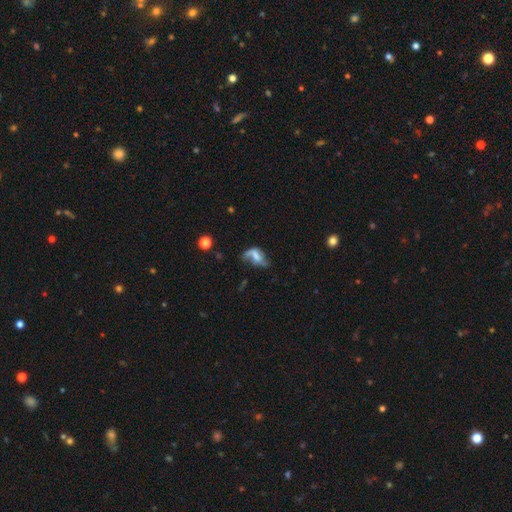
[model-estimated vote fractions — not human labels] This appears to be a featured or disk galaxy (55%) with no bar (44%), spiral arms (69%) and no central bulge (32%). Merging: none (34%).